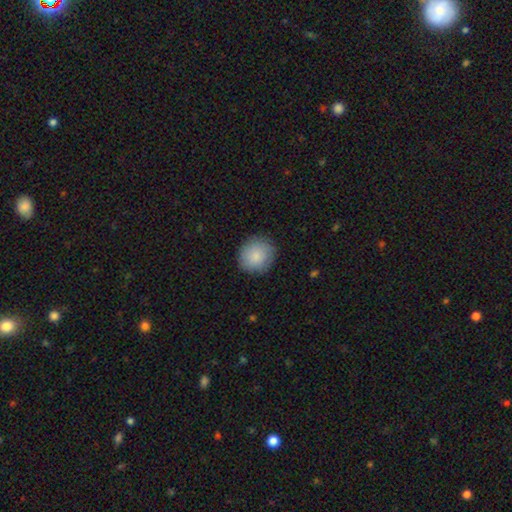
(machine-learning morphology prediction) The model was most divided on "how rounded": round: 86%, in between: 13%, cigar-shaped: 1%. More confident: smooth or featured — smooth (86%); merging — none (85%).